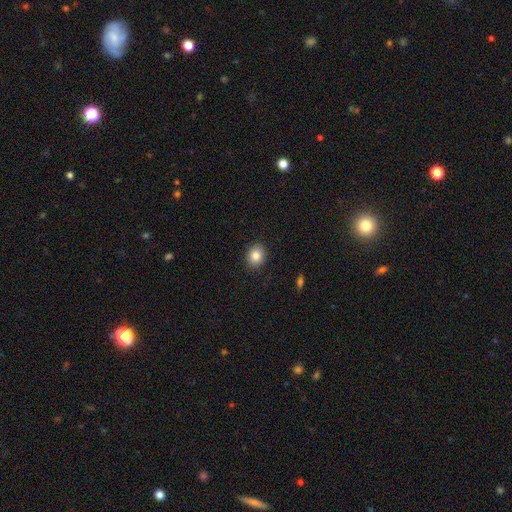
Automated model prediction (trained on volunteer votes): smooth 84%, star or artifact 9%, featured or disk 7%. Down the decision tree: how rounded — round (66%); merging — none (91%).